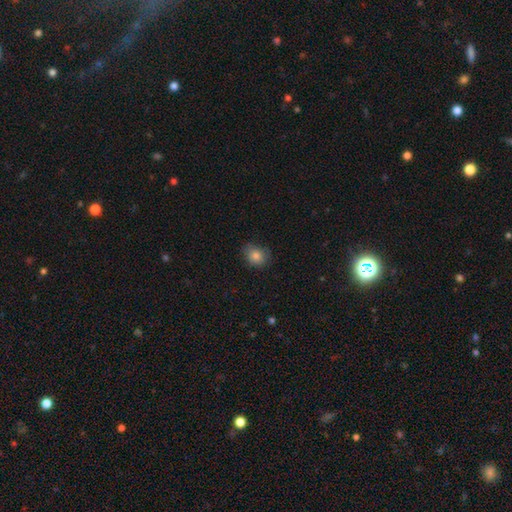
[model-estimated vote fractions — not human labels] Smooth or featured? Predicted: smooth (p=0.83). How rounded? Predicted: round (p=0.56). Merging? Predicted: none (p=0.72).